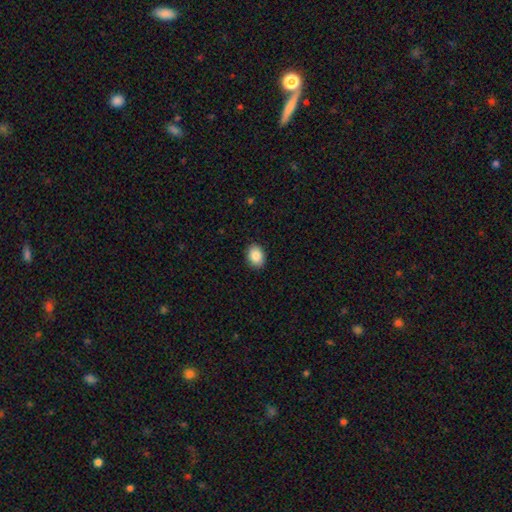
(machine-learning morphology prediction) Q: Smooth or featured?
A: smooth (87%); runner-up: star or artifact (8%)
Q: How rounded?
A: in between (72%); runner-up: round (27%)
Q: Merging?
A: none (90%); runner-up: minor disturbance (7%)